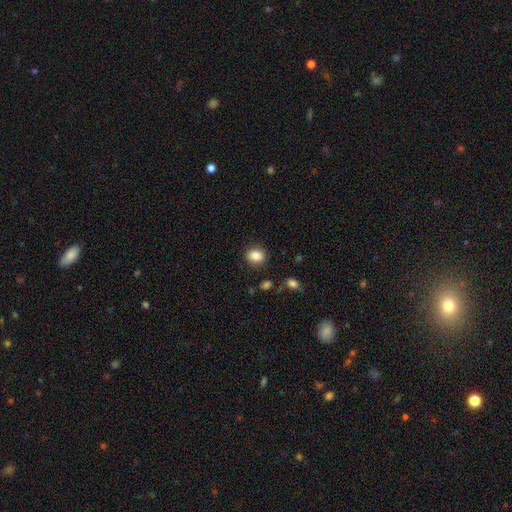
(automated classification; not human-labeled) Overall: smooth (85%). How rounded: round (52%; in between 47%). Merging: none (87%).